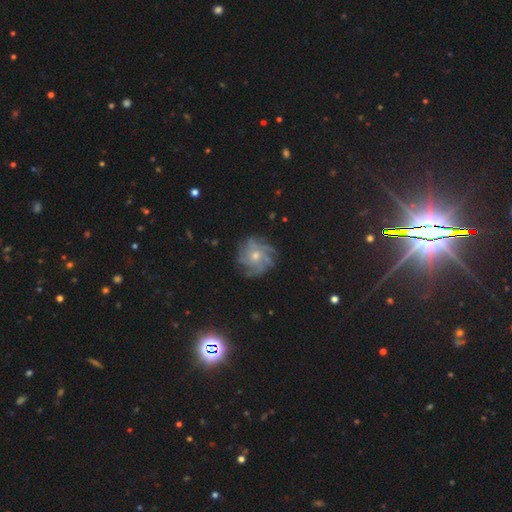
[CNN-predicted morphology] Q: Smooth or featured?
A: featured or disk (78%); runner-up: smooth (12%)
Q: Edge-on disk?
A: no (98%); runner-up: yes (2%)
Q: Bar?
A: no (80%); runner-up: weak (17%)
Q: Spiral arms?
A: yes (94%); runner-up: no (6%)
Q: Spiral winding?
A: tight (48%); runner-up: medium (37%)
Q: Spiral arm count?
A: more than 4 (26%); runner-up: can't tell (24%)
Q: Bulge size?
A: moderate (53%); runner-up: small (41%)
Q: Merging?
A: none (78%); runner-up: minor disturbance (13%)